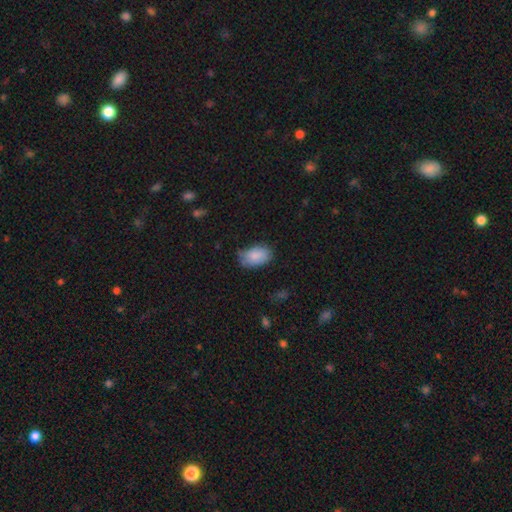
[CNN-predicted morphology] This is clearly a smooth galaxy (86%). How rounded: clearly in between (91%). Merging: likely none (67%).